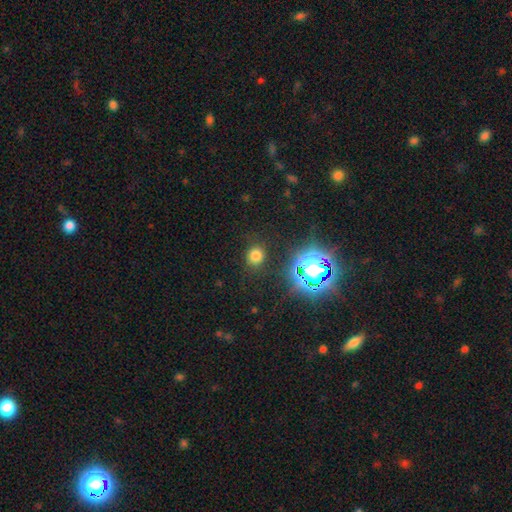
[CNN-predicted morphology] Q: Smooth or featured?
A: smooth (72%); runner-up: star or artifact (22%)
Q: How rounded?
A: round (85%); runner-up: in between (14%)
Q: Merging?
A: none (87%); runner-up: minor disturbance (8%)